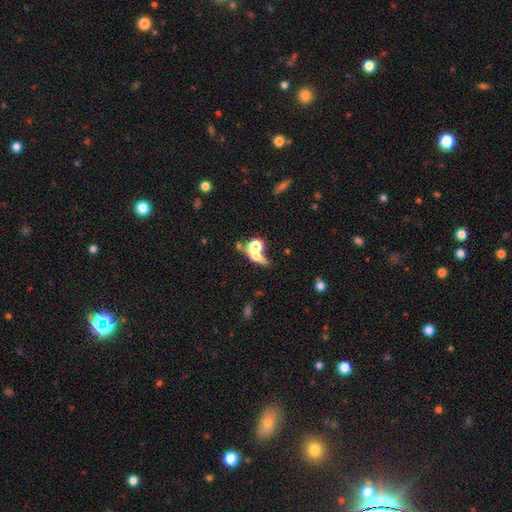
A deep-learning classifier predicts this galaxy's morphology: This appears to be a smooth galaxy with no disk features (53%) that is round (35%). Merging: none (46%).